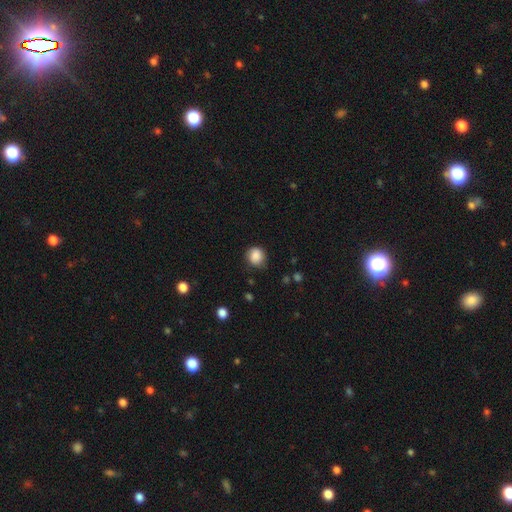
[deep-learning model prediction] smooth 86%, star or artifact 9%, featured or disk 5%. Down the decision tree: how rounded — round (85%); merging — none (77%).